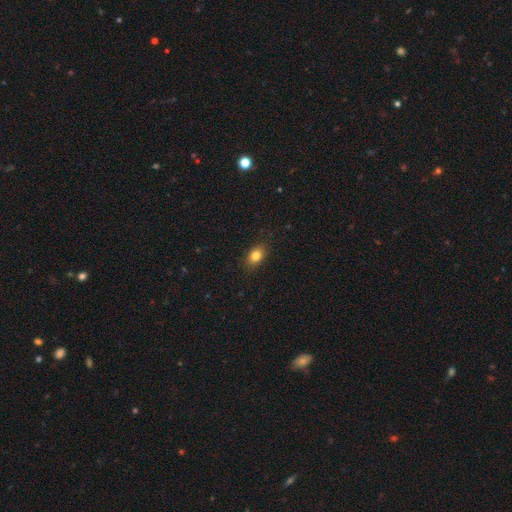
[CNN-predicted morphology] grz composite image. It shows a smooth galaxy with no disk features (82%) that is in between round and cigar-shaped (77%). Merging: none (87%).